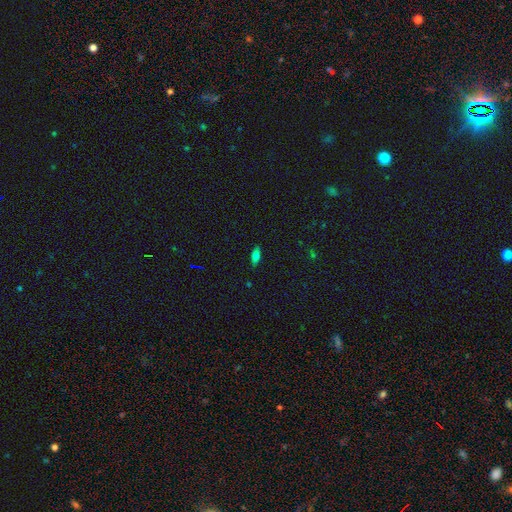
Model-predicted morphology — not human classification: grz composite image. It shows a smooth galaxy with no disk features (66%) that is in between round and cigar-shaped (76%). Merging: none (86%).